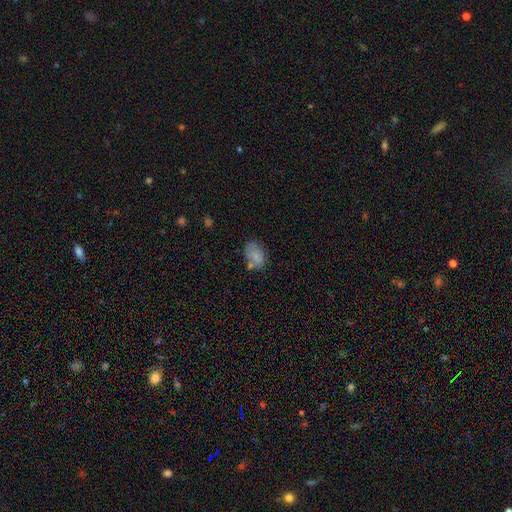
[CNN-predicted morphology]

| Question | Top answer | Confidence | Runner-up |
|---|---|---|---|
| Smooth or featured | smooth | 78% | featured or disk (13%) |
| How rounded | in between | 85% | round (13%) |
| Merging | none | 59% | minor disturbance (22%) |